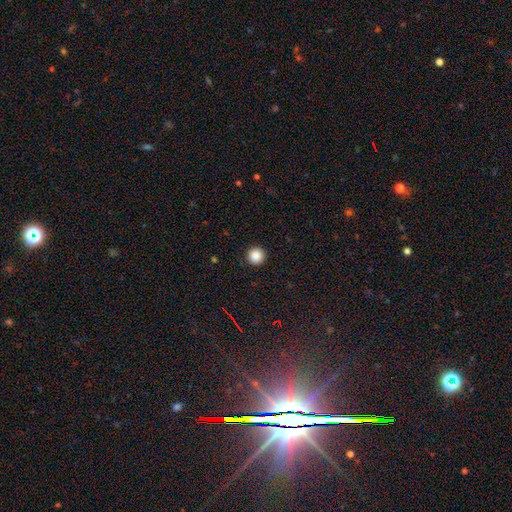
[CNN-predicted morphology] Q: Smooth or featured?
A: smooth (87%); runner-up: star or artifact (11%)
Q: How rounded?
A: round (96%); runner-up: in between (3%)
Q: Merging?
A: none (93%); runner-up: minor disturbance (5%)